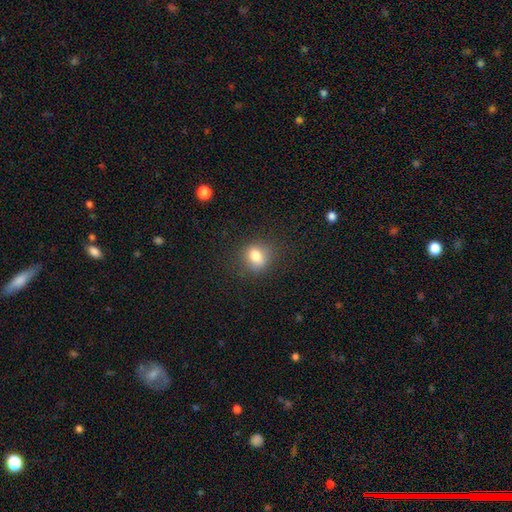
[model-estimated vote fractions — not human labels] This appears to be a smooth galaxy with no disk features (76%) that is round (60%). Merging: none (81%).